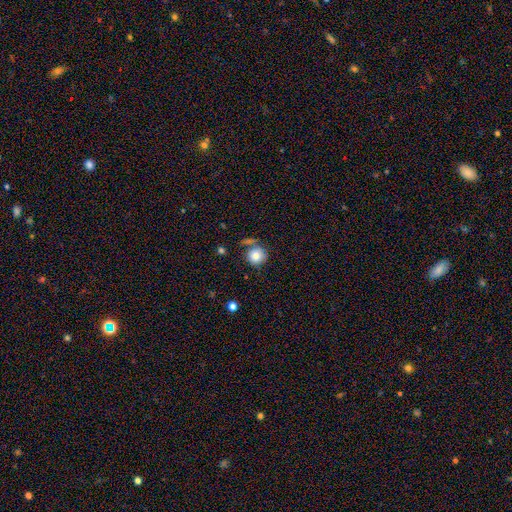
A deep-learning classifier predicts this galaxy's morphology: A smooth galaxy with no disk features (80%) that is round (91%). Merging: none (63%).